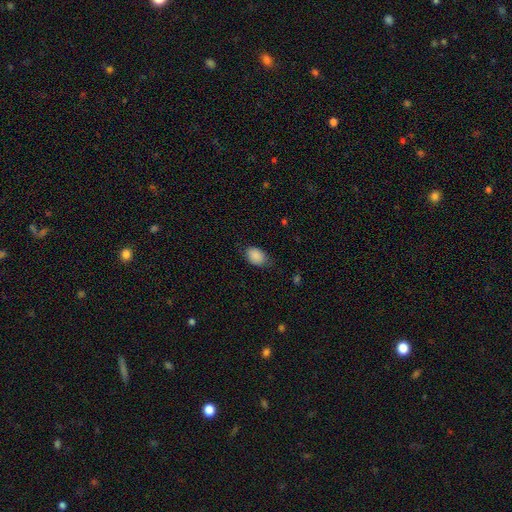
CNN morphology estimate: This appears to be a smooth galaxy with no disk features (89%) that is in between round and cigar-shaped (77%). Merging: none (73%).